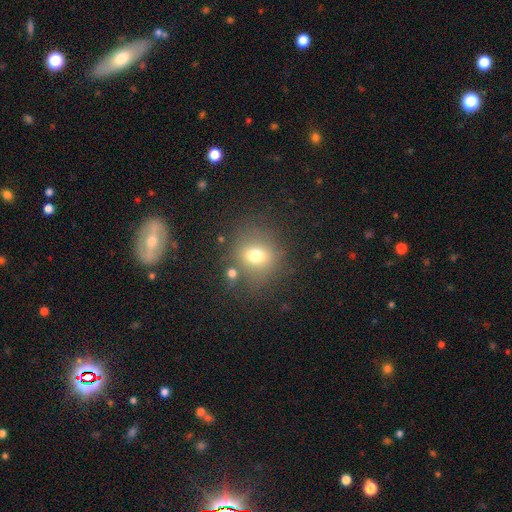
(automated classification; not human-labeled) This is likely a smooth galaxy (69%). How rounded: likely round (78%). Merging: likely none (73%).